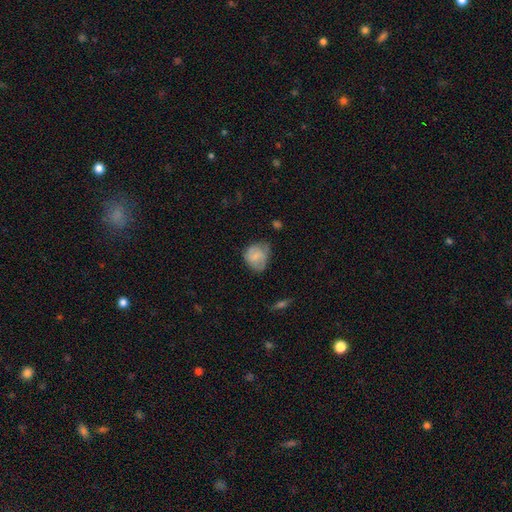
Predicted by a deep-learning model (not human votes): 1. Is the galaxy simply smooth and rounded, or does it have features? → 71% smooth, 22% featured or disk, 8% star or artifact.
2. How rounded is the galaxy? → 61% round, 38% in between, 1% cigar-shaped.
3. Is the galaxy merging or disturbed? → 51% none, 35% minor disturbance, 12% major disturbance, 2% merger.